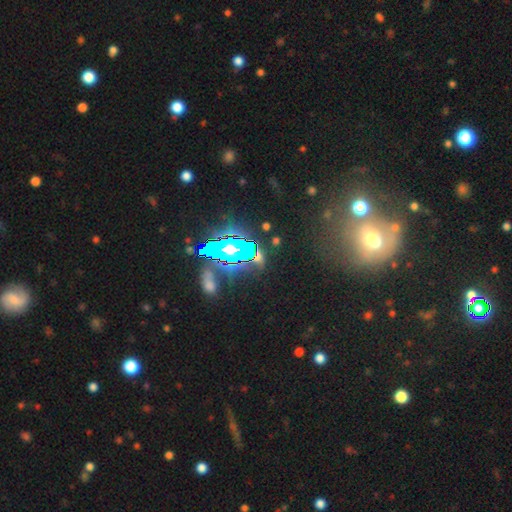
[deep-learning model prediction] smooth_or_featured: star or artifact (p=0.64) [alt: smooth p=0.20]